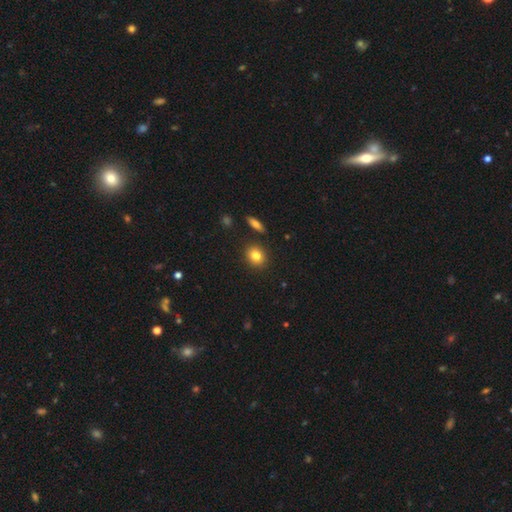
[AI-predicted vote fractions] smooth 83%, star or artifact 10%, featured or disk 8%. Down the decision tree: how rounded — round (64%); merging — none (88%).